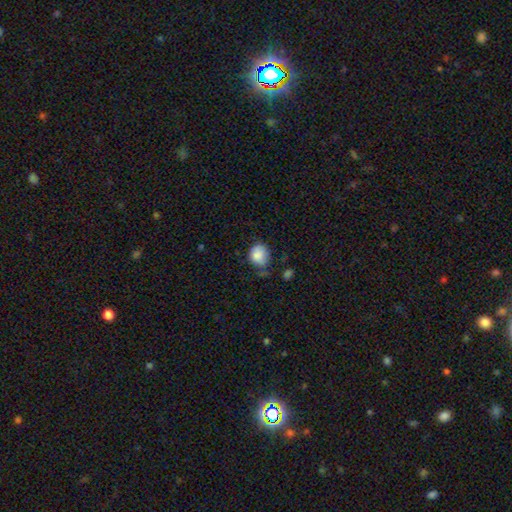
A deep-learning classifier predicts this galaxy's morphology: type=smooth (85%); roundness=round (61%); merging=none (50%).